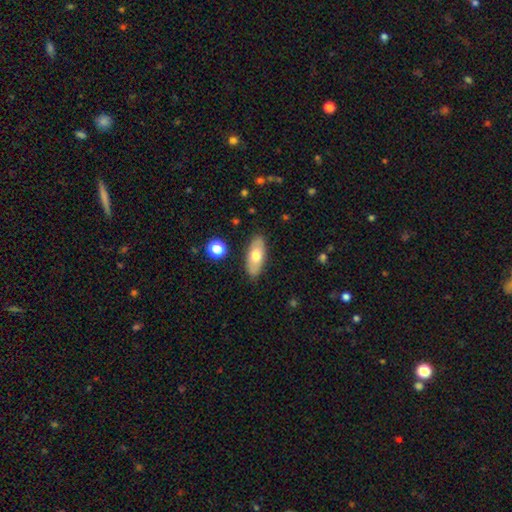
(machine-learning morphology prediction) This appears to be a smooth galaxy with no disk features (64%) that is in between round and cigar-shaped (84%). Merging: none (85%).